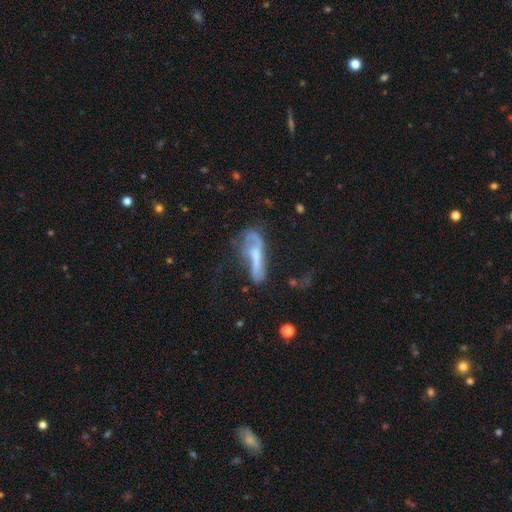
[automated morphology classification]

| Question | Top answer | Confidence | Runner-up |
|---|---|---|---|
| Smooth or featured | featured or disk | 54% | smooth (36%) |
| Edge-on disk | no | 68% | yes (32%) |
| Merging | none | 34% | major disturbance (32%) |